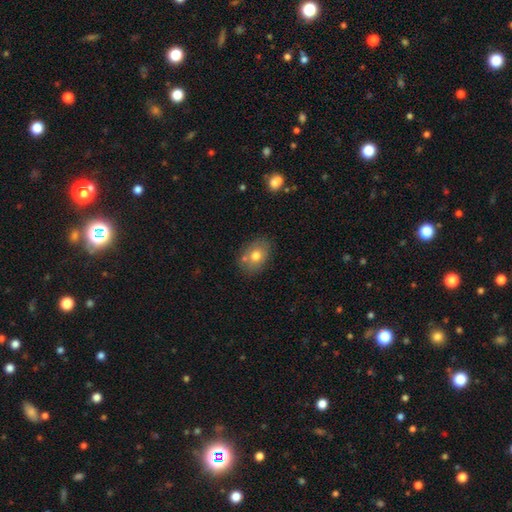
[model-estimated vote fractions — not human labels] The model was most divided on "how rounded": in between: 74%, round: 25%, cigar-shaped: 1%. More confident: smooth or featured — smooth (73%); merging — none (72%).